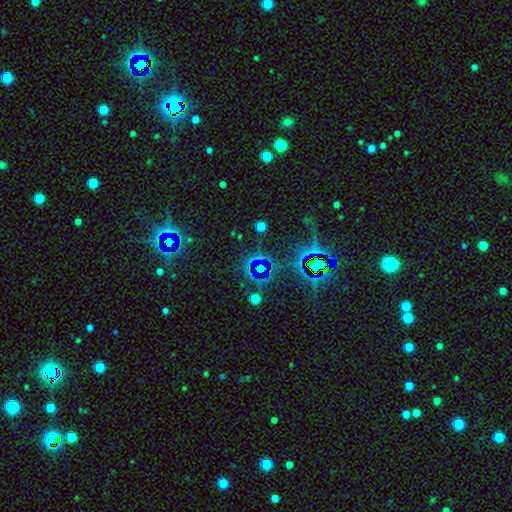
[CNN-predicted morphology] The model was most divided on "smooth or featured": star or artifact: 80%, smooth: 11%, featured or disk: 9%.